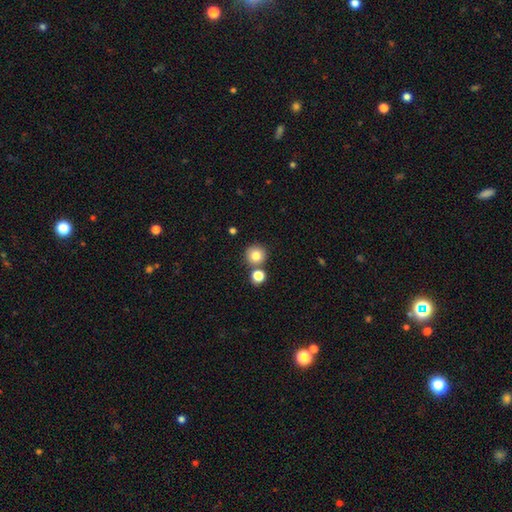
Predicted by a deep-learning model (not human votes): Morphology: type=smooth (80%); roundness=round (94%); merging=none (75%).